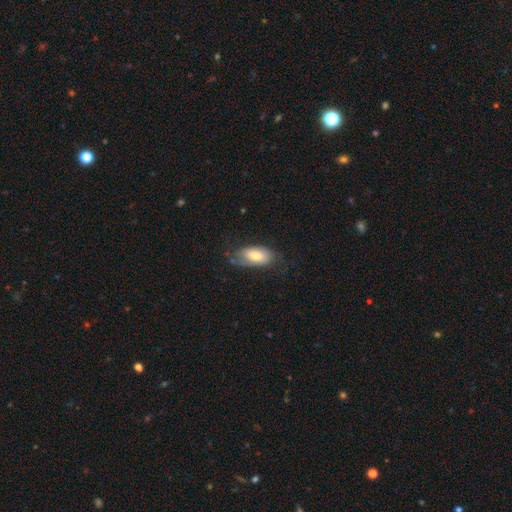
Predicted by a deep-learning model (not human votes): A smooth galaxy with no disk features (67%) that is in between round and cigar-shaped (91%). Merging: none (57%).